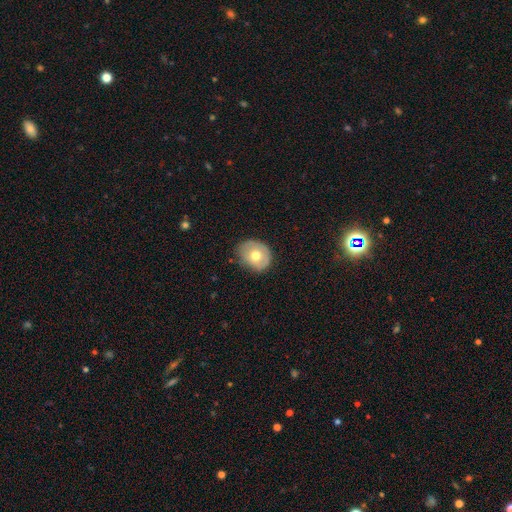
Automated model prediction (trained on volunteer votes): A smooth galaxy with no disk features (63%) that is round (62%). Merging: none (71%).